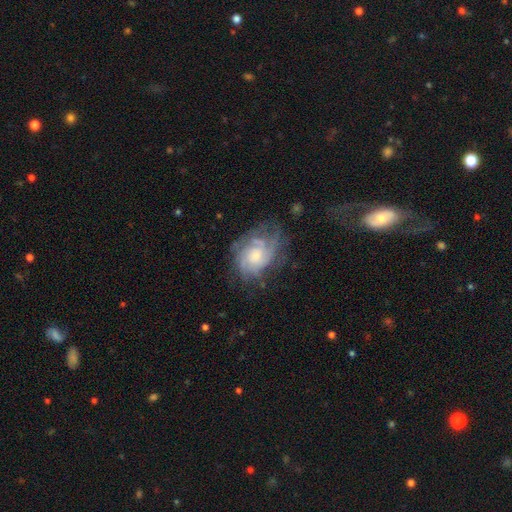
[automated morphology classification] featured or disk 75%, smooth 18%, star or artifact 7%. Down the decision tree: edge-on disk — no (97%); bar — no (76%); spiral arms — yes (87%); spiral arm count — can't tell (47%); spiral winding — tight (53%); bulge size — moderate (41%); merging — none (57%).